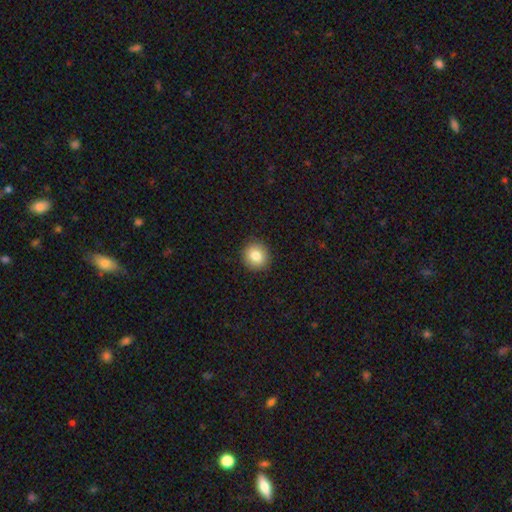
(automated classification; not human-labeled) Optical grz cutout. It shows a smooth galaxy with no disk features (84%) that is round (89%). Merging: none (92%).